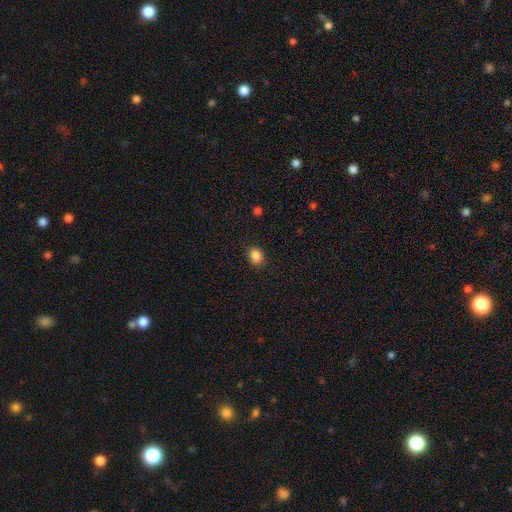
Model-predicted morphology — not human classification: smooth-or-featured: smooth: 85% | star or artifact: 11% | featured or disk: 4%
  how-rounded: round: 57% | in between: 42% | cigar-shaped: 1%
  merging: none: 81% | minor disturbance: 14% | major disturbance: 3% | merger: 3%